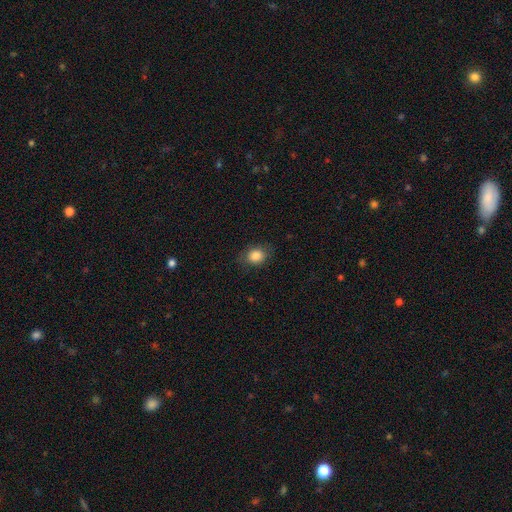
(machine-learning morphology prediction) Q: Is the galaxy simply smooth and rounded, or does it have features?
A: smooth — 84%.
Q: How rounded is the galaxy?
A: round — 52%.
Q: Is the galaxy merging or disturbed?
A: none — 81%.